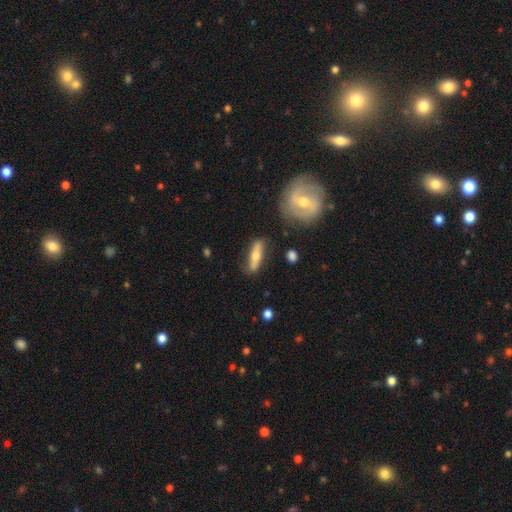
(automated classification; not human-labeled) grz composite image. It shows a smooth galaxy with no disk features (53%) that is cigar-shaped (67%). Merging: none (79%).